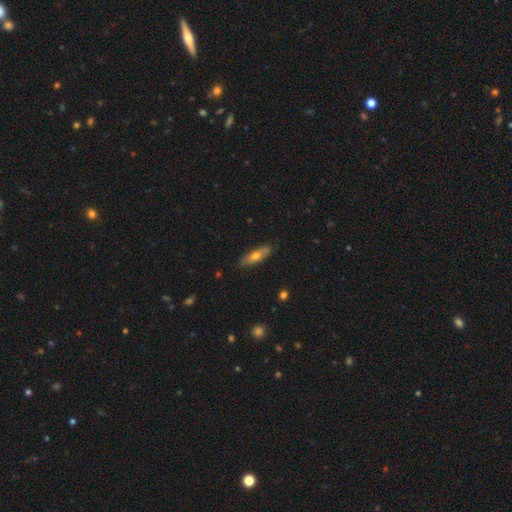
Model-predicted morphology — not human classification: Smooth or featured: smooth — 60% (featured or disk — 34%)
How rounded: cigar-shaped — 53% (in between — 44%)
Merging: none — 84% (minor disturbance — 13%)